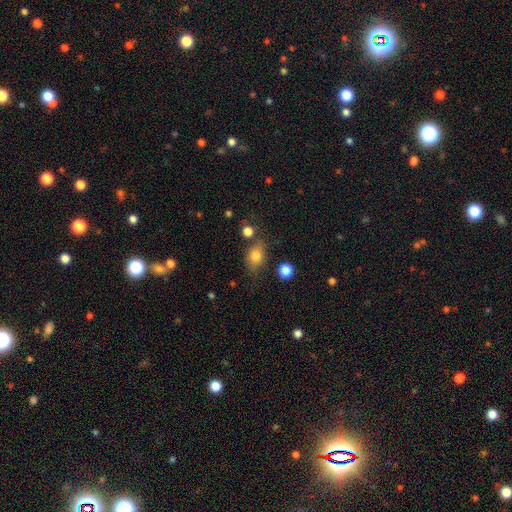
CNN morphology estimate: Smooth or featured? smooth (78%)
How rounded? in between (67%)
Merging? none (65%)